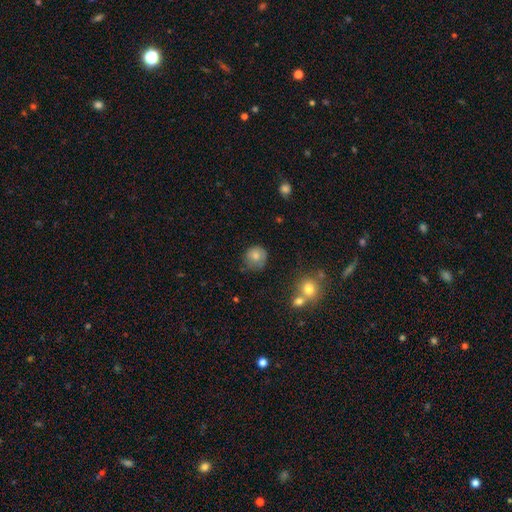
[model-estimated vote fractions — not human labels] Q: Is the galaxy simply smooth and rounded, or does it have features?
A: smooth — 76%.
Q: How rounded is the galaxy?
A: round — 85%.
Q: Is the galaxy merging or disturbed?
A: none — 61%.